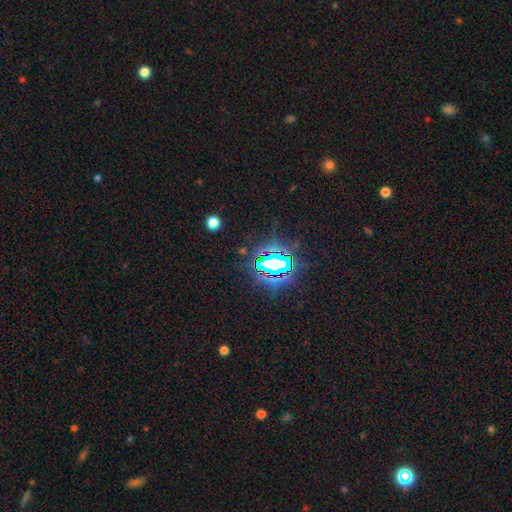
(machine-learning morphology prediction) Smooth or featured? Predicted: star or artifact (p=0.84).